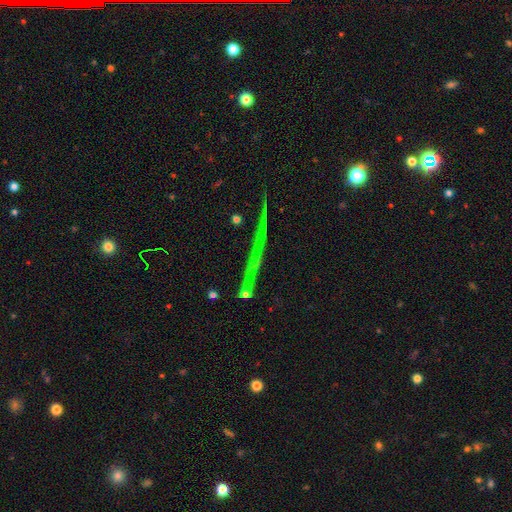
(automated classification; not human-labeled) A star or artifact, not a galaxy (46%).